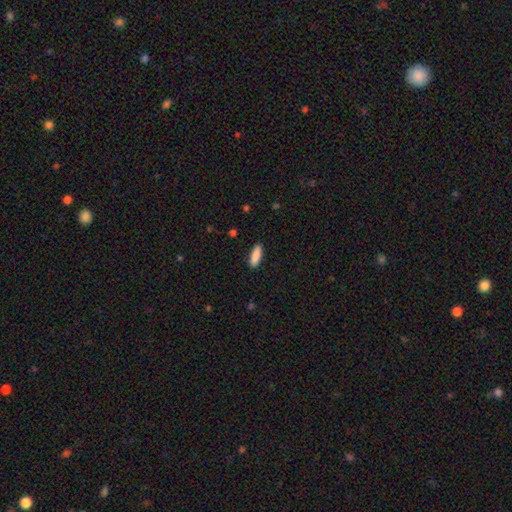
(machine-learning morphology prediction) Smooth or featured? Predicted: smooth (p=0.90). How rounded? Predicted: in between (p=0.60). Merging? Predicted: none (p=0.90).